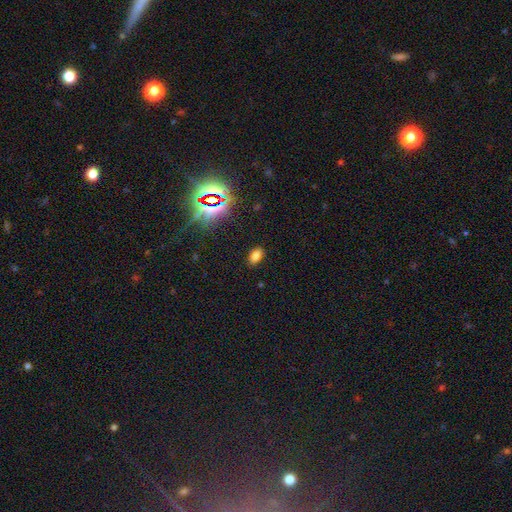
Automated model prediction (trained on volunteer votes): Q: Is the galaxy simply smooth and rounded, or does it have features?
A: smooth — 75%.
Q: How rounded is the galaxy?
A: in between — 90%.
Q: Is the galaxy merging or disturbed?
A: none — 87%.